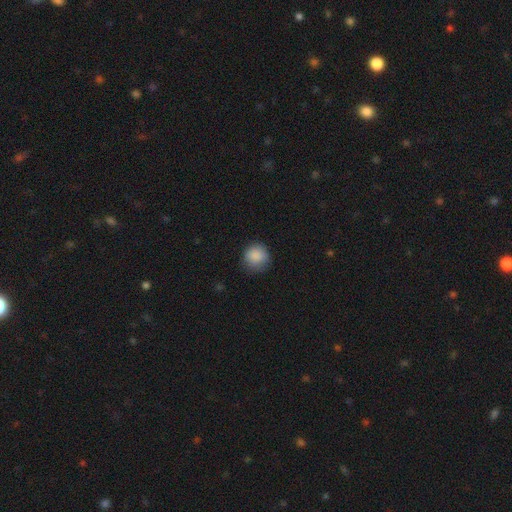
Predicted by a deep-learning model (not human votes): Smooth or featured?
  - smooth: 88% *
  - star or artifact: 8%
  - featured or disk: 4%
How rounded?
  - round: 90% *
  - in between: 9%
  - cigar-shaped: 1%
Merging?
  - none: 79% *
  - minor disturbance: 16%
  - major disturbance: 4%
  - merger: 1%